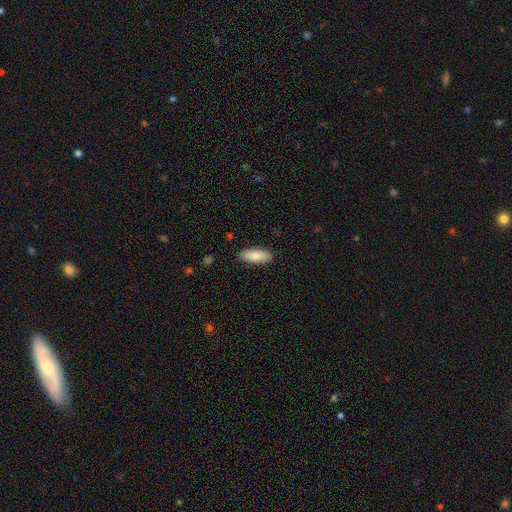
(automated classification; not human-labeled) smooth 84%, featured or disk 10%, star or artifact 6%. Down the decision tree: how rounded — in between (78%); merging — none (88%).